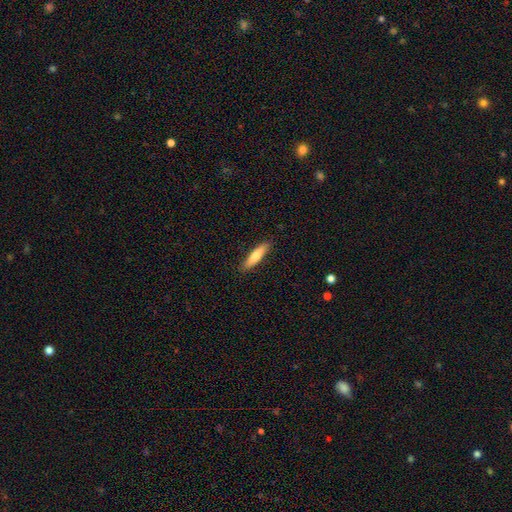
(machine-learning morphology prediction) smooth_or_featured: smooth (p=0.71) [alt: featured or disk p=0.23]
how_rounded: cigar-shaped (p=0.81) [alt: in between p=0.17]
merging: none (p=0.89) [alt: minor disturbance p=0.08]